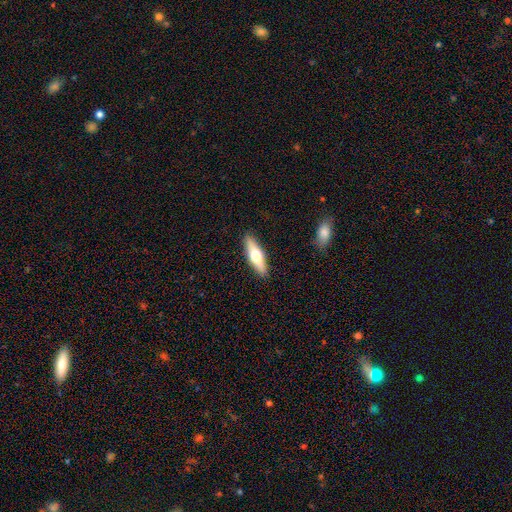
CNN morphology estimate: Smooth or featured? Predicted: smooth (p=0.50). Merging? Predicted: none (p=0.89).